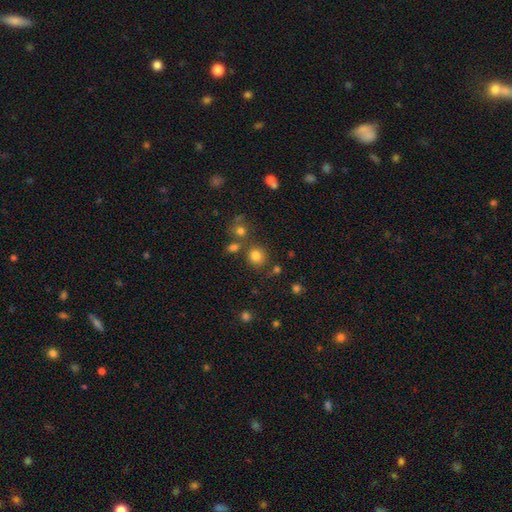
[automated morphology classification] This appears to be a smooth galaxy with no disk features (79%) that is round (85%). Merging: none (74%).